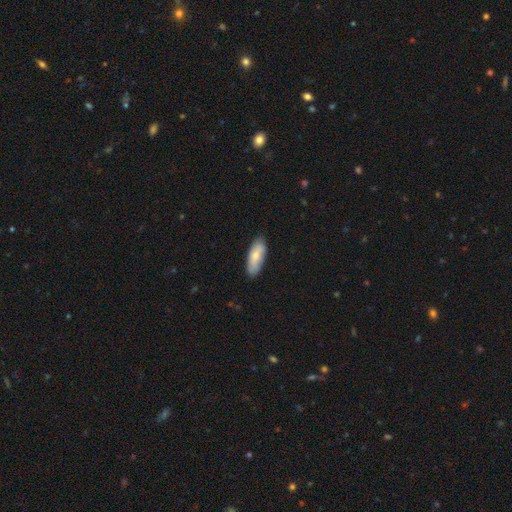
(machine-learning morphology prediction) This is likely a smooth galaxy (76%). How rounded: likely in between (73%). Merging: clearly none (82%).